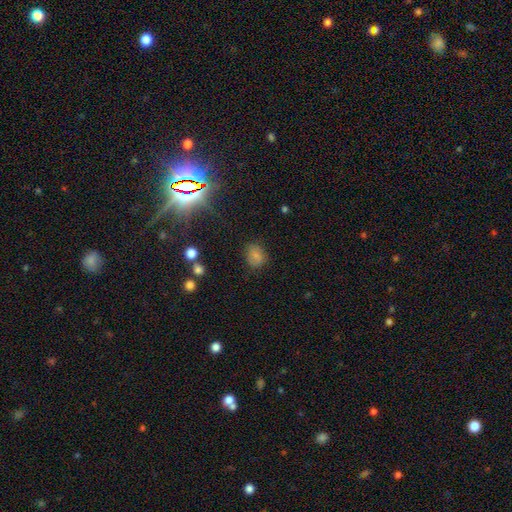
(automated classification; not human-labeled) Smooth or featured: smooth — 75% (star or artifact — 15%)
How rounded: round — 54% (in between — 45%)
Merging: none — 72% (minor disturbance — 20%)